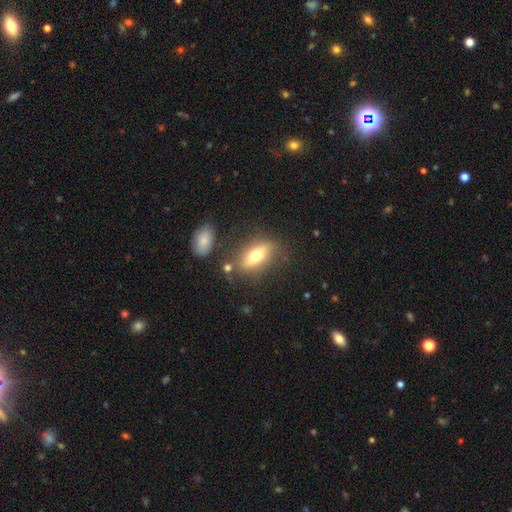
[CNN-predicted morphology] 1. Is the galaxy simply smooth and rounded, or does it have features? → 55% smooth, 38% featured or disk, 8% star or artifact.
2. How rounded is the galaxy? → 67% in between, 27% cigar-shaped, 6% round.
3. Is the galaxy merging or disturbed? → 74% none, 14% minor disturbance, 6% merger, 5% major disturbance.